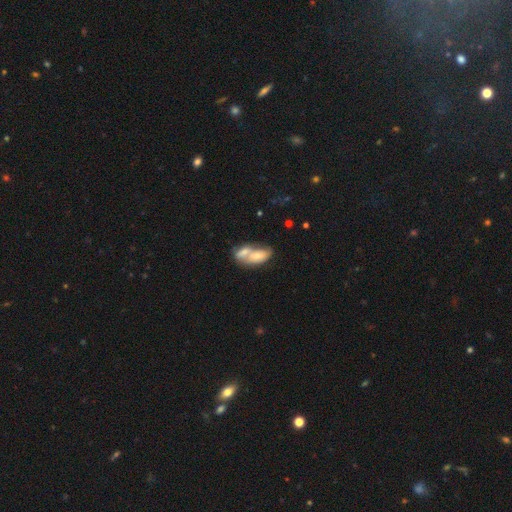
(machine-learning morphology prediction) The model was most divided on "smooth or featured": smooth: 64%, featured or disk: 29%, star or artifact: 7%. More confident: how rounded — in between (87%); merging — merger (70%).